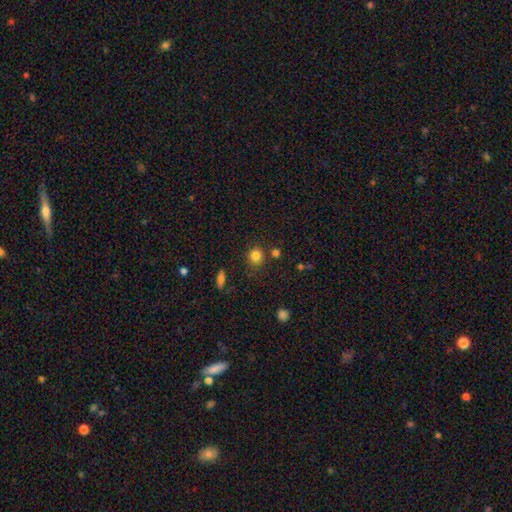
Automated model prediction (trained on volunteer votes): smooth 83%, star or artifact 12%, featured or disk 5%. Down the decision tree: how rounded — round (86%); merging — none (79%).